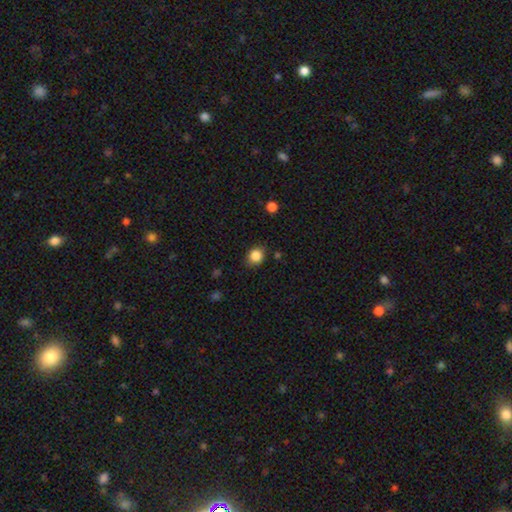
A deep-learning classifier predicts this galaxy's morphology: A smooth galaxy with no disk features (85%) that is round (69%).

Vote fractions:
- Smooth or featured? smooth: 85% / star or artifact: 10% / featured or disk: 5%
- How rounded? round: 69% / in between: 31% / cigar-shaped: 1%
- Merging? none: 79% / minor disturbance: 16% / major disturbance: 3% / merger: 2%